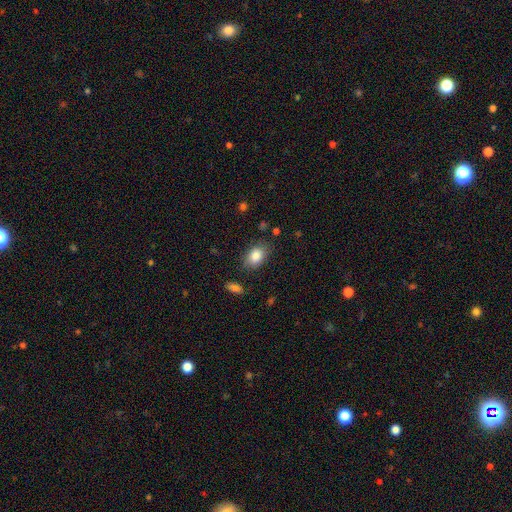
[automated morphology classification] A smooth galaxy with no disk features (85%) that is in between round and cigar-shaped (80%).

Vote fractions:
- Smooth or featured? smooth: 85% / star or artifact: 8% / featured or disk: 7%
- How rounded? in between: 80% / round: 19% / cigar-shaped: 1%
- Merging? none: 79% / minor disturbance: 14% / major disturbance: 4% / merger: 2%